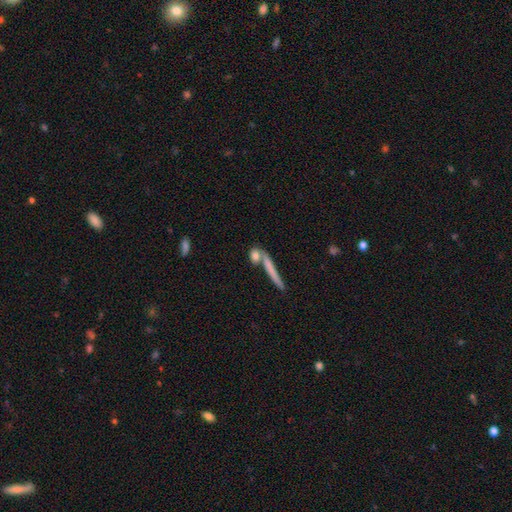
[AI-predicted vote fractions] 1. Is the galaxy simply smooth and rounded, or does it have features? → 49% smooth, 38% featured or disk, 13% star or artifact.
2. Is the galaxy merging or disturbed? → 66% none, 19% merger, 10% minor disturbance, 5% major disturbance.